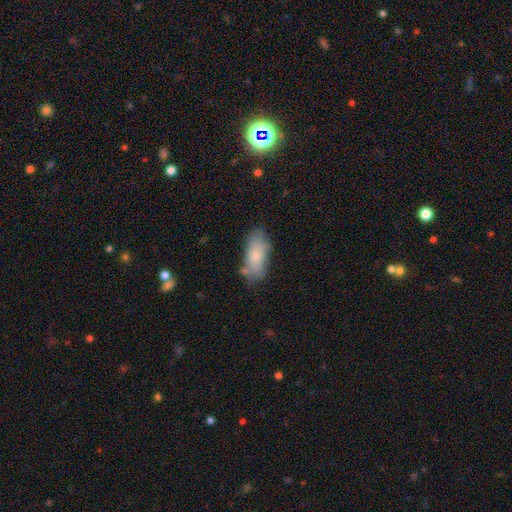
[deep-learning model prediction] Smooth or featured: smooth — 78% (featured or disk — 15%)
How rounded: in between — 88% (cigar-shaped — 9%)
Merging: none — 64% (minor disturbance — 23%)